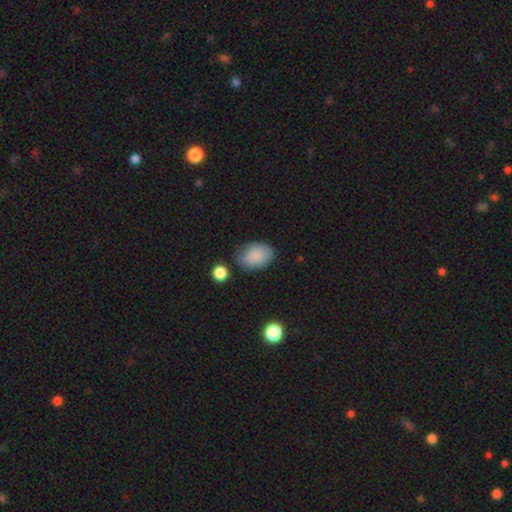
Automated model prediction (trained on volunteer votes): Smooth or featured: smooth — 85% (featured or disk — 8%)
How rounded: in between — 81% (round — 17%)
Merging: none — 71% (minor disturbance — 20%)